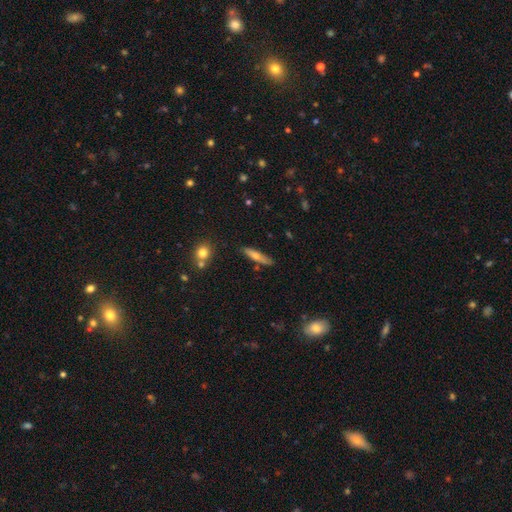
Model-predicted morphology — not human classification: This appears to be a smooth galaxy with no disk features (59%) that is cigar-shaped (84%). Merging: none (82%).